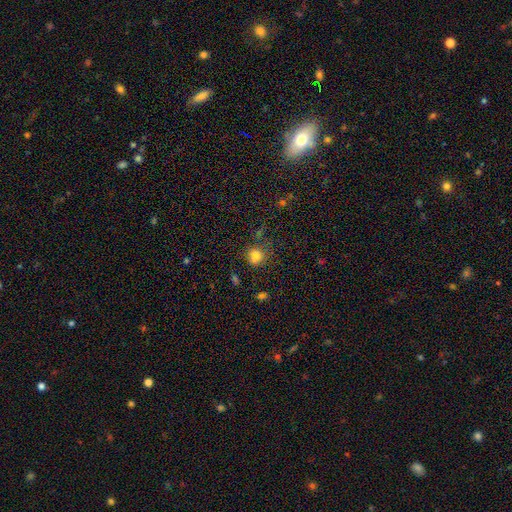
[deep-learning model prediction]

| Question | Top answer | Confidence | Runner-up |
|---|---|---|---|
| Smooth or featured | smooth | 78% | star or artifact (15%) |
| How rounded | round | 79% | in between (20%) |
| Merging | none | 63% | minor disturbance (19%) |